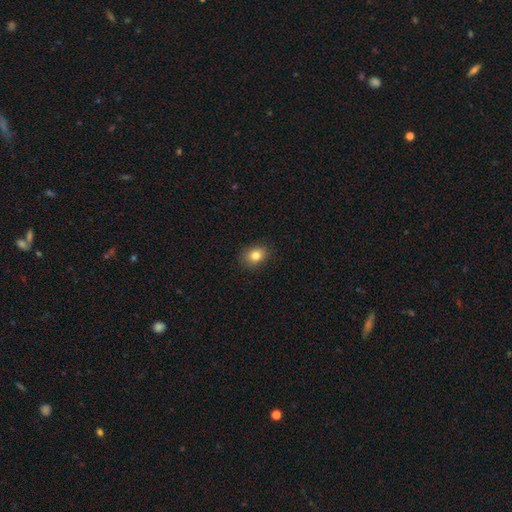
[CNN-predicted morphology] Overall: smooth (81%). How rounded: in between (50%; round 49%). Merging: none (87%).